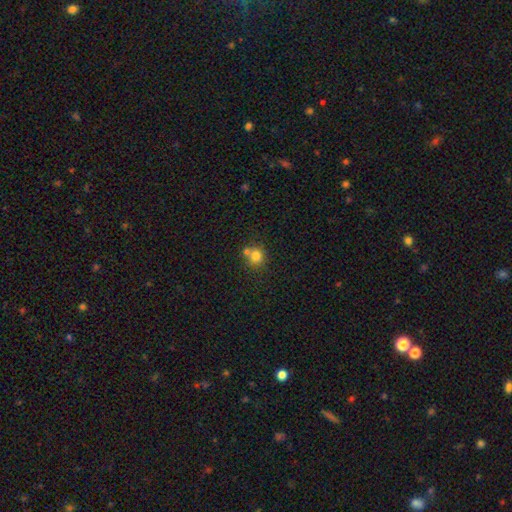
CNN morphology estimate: Q: Smooth or featured?
A: smooth (78%); runner-up: star or artifact (12%)
Q: How rounded?
A: round (83%); runner-up: in between (16%)
Q: Merging?
A: none (51%); runner-up: merger (36%)